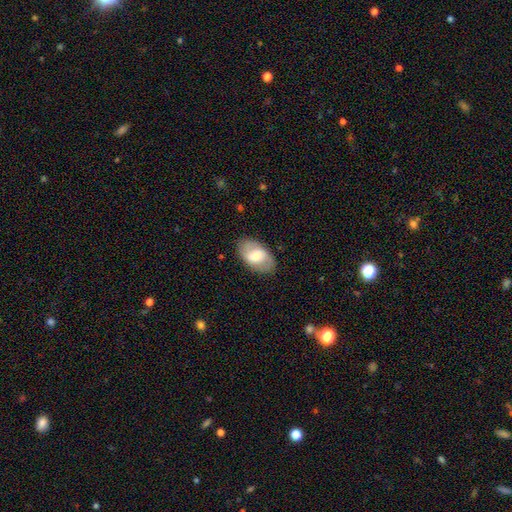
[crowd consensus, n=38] Volunteers were most divided on "bar" (2-way tie): strong: 39%, weak: 39%, no: 22%; "bulge size" (2-way tie): large: 39%, moderate: 39%, small: 17%, none: 6%, dominant: 0%. More confident: merging — none (97%); edge-on disk — no (95%); spiral arms — no (56%); smooth or featured — featured or disk (50%).